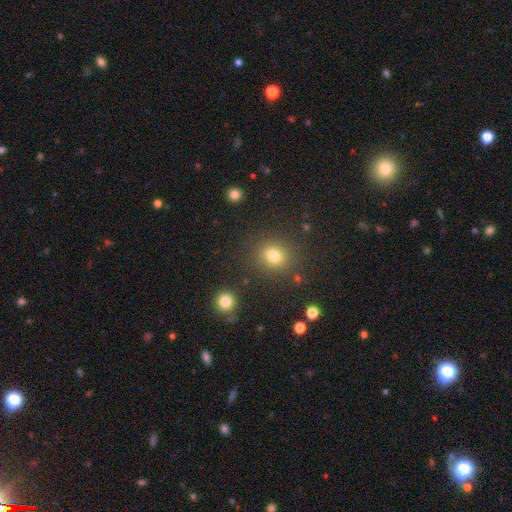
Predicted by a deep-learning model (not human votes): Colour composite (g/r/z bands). It shows a smooth galaxy with no disk features (60%) that is round (89%). Merging: none (89%).